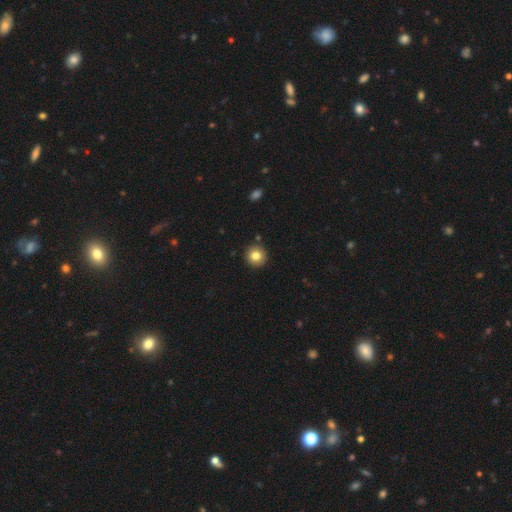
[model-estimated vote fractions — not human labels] smooth 82%, star or artifact 10%, featured or disk 8%. Down the decision tree: how rounded — round (93%); merging — none (90%).